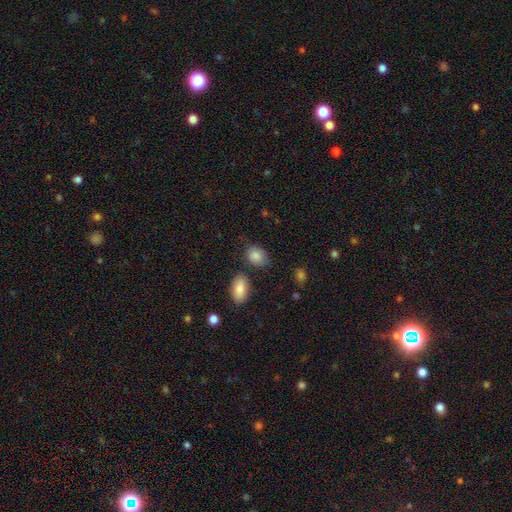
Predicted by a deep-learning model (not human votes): A smooth galaxy with no disk features (87%) that is in between round and cigar-shaped (69%). Merging: none (70%).